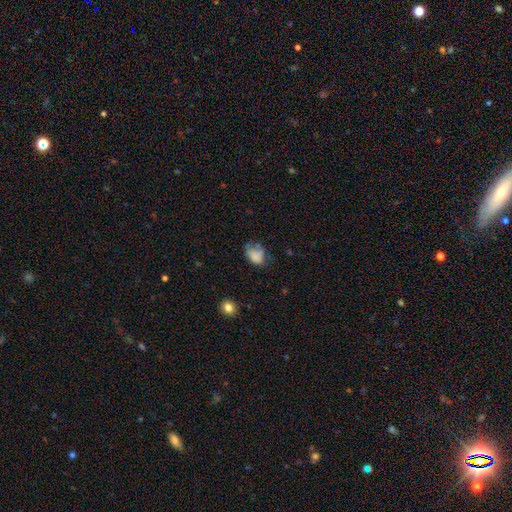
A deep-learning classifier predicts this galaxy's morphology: A smooth galaxy with no disk features (75%) that is in between round and cigar-shaped (69%).

Vote fractions:
- Smooth or featured? smooth: 75% / featured or disk: 14% / star or artifact: 11%
- How rounded? in between: 69% / round: 30% / cigar-shaped: 1%
- Merging? none: 42% / minor disturbance: 34% / major disturbance: 20% / merger: 4%